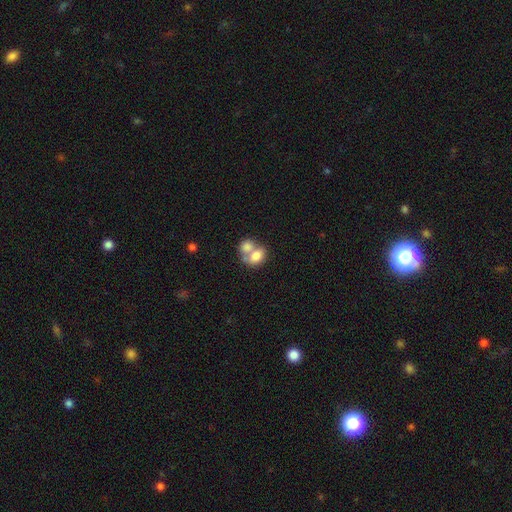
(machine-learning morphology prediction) Smooth or featured? Predicted: smooth (p=0.75). How rounded? Predicted: in between (p=0.68). Merging? Predicted: merger (p=0.67).